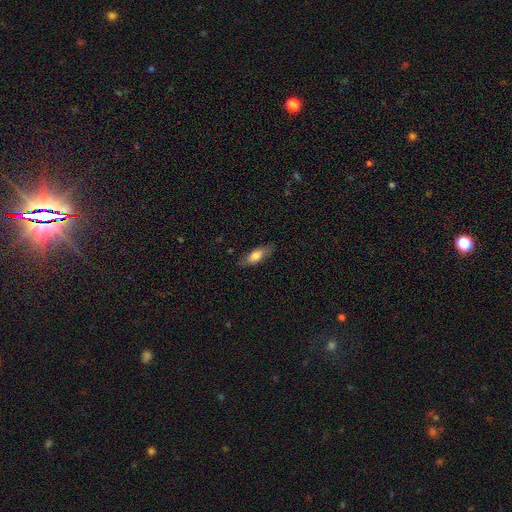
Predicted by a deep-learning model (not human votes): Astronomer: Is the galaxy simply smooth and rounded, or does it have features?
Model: smooth — 73%.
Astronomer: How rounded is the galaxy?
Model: in between — 71%.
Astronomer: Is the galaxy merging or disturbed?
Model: none — 77%.